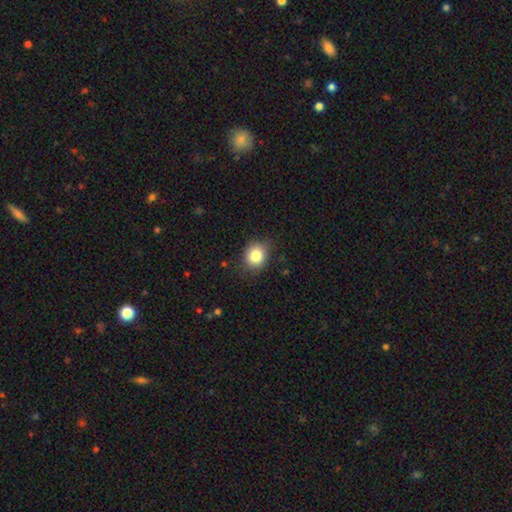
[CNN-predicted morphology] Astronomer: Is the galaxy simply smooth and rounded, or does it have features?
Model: smooth — 83%.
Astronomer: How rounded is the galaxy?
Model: round — 71%.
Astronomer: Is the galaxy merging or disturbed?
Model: none — 83%.